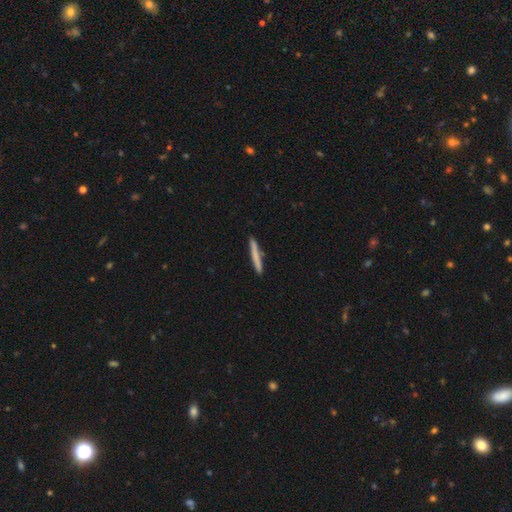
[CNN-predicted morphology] This is likely a smooth galaxy (72%). How rounded: clearly cigar-shaped (97%). Merging: clearly none (90%).